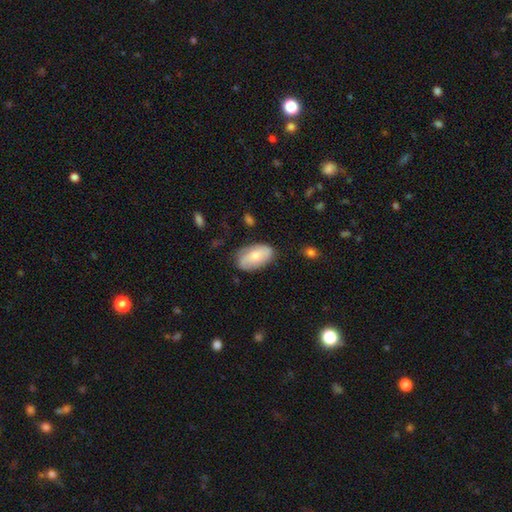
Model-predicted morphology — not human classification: Smooth or featured? smooth (66%)
How rounded? in between (94%)
Merging? none (70%)